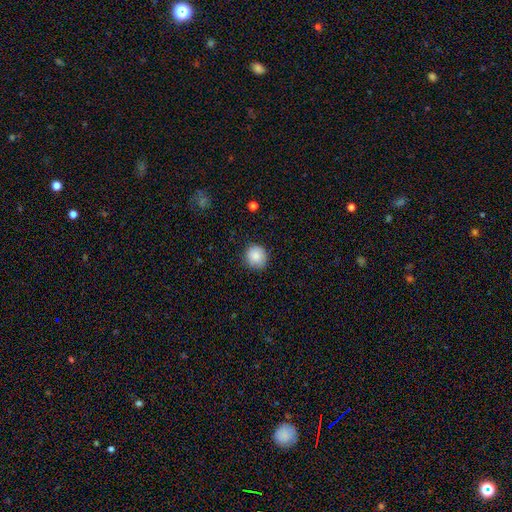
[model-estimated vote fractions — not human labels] smooth_or_featured: smooth (p=0.86) [alt: star or artifact p=0.08]
how_rounded: round (p=0.88) [alt: in between p=0.11]
merging: none (p=0.84) [alt: minor disturbance p=0.12]